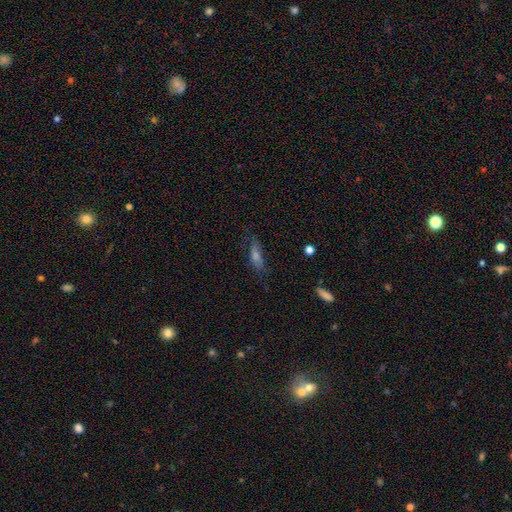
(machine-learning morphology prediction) Smooth or featured? Predicted: smooth (p=0.48). Merging? Predicted: none (p=0.69).